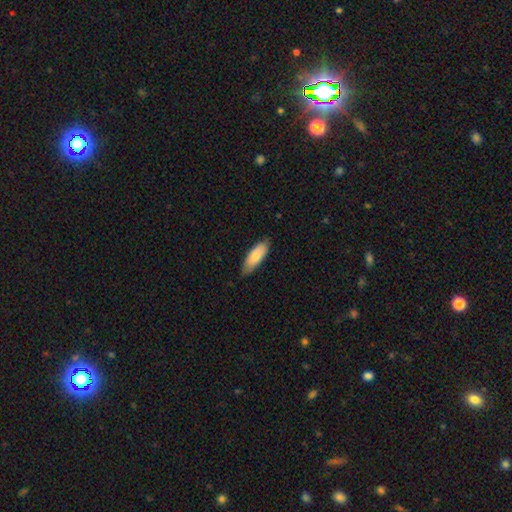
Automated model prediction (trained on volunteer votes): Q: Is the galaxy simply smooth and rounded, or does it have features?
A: smooth — 83%.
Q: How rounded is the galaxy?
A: in between — 74%.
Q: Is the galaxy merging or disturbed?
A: none — 76%.